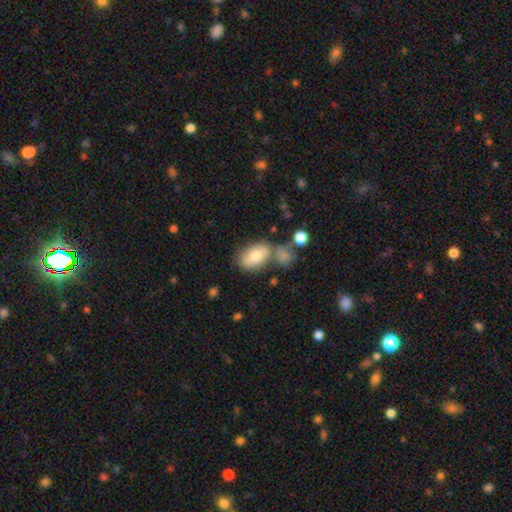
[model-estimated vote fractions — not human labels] The model was most divided on "merging": none: 55%, merger: 23%, minor disturbance: 16%, major disturbance: 6%. More confident: how rounded — in between (88%); smooth or featured — smooth (73%).